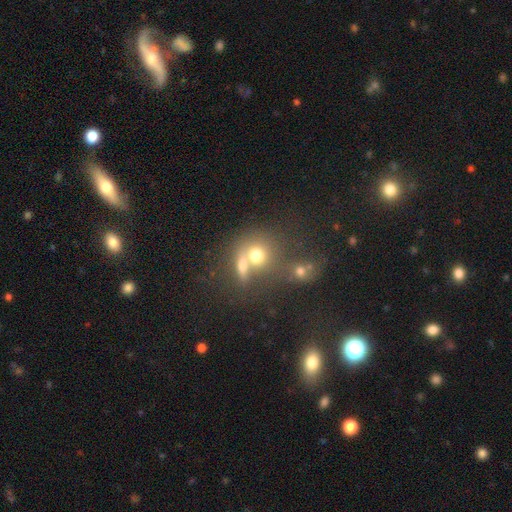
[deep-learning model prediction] Smooth or featured? Predicted: smooth (p=0.68). How rounded? Predicted: round (p=0.76). Merging? Predicted: merger (p=0.48).